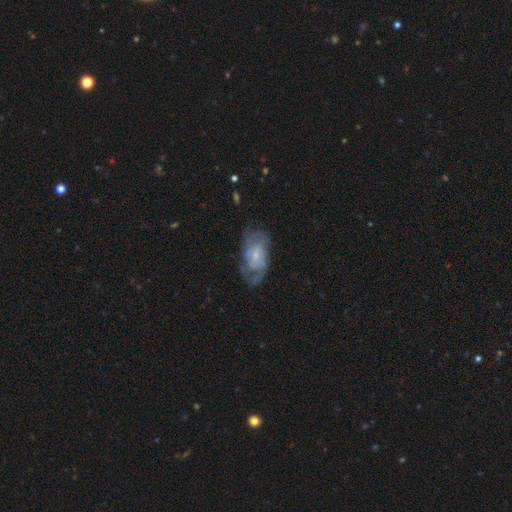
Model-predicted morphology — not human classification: Smooth or featured? featured or disk (68%)
Edge-on disk? no (96%)
Bar? no (62%)
Spiral arms? yes (84%)
Spiral winding? medium (42%)
Spiral arm count? 2 (41%)
Bulge size? small (65%)
Merging? none (55%)